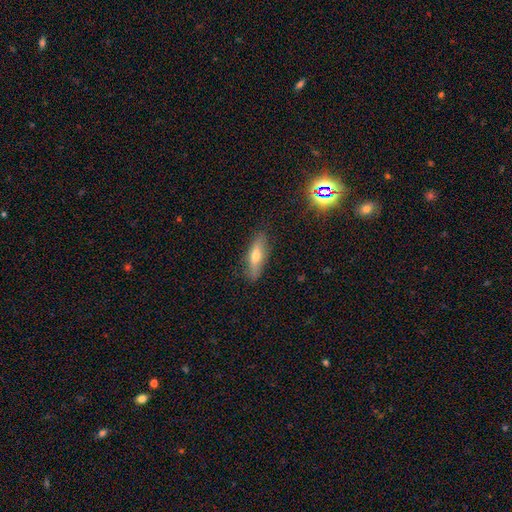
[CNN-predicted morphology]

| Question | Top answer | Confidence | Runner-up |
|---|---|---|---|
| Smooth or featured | smooth | 50% | featured or disk (39%) |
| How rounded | cigar-shaped | 61% | in between (36%) |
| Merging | none | 84% | minor disturbance (12%) |